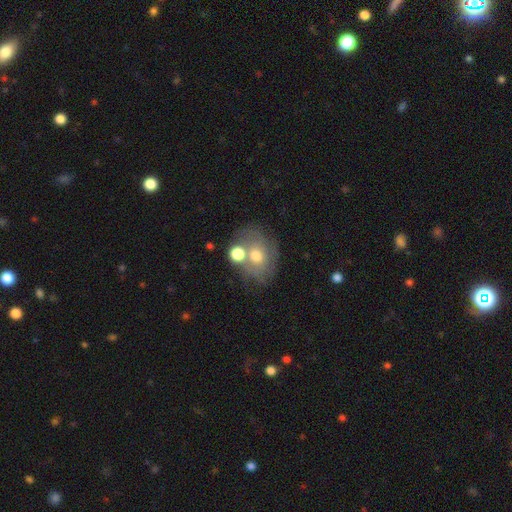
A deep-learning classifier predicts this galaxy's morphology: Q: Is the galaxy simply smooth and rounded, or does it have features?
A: smooth — 55%.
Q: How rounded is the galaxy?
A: in between — 56%.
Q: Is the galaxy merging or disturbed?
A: none — 42%.